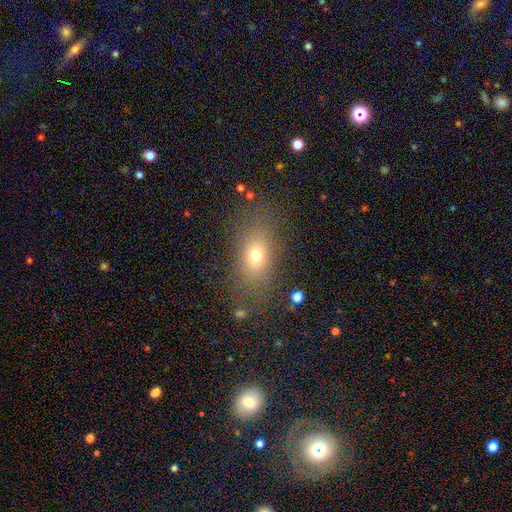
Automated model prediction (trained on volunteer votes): Morphology: type=smooth (70%); roundness=in between (77%); merging=none (77%).